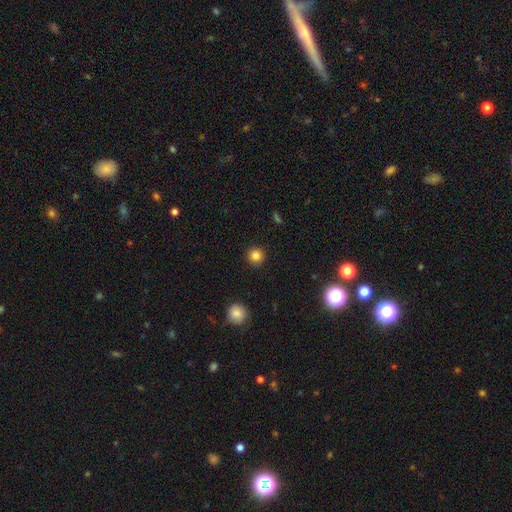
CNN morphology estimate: A smooth galaxy with no disk features (83%) that is round (95%).

Vote fractions:
- Smooth or featured? smooth: 83% / star or artifact: 12% / featured or disk: 4%
- How rounded? round: 95% / in between: 4% / cigar-shaped: 1%
- Merging? none: 92% / minor disturbance: 5% / major disturbance: 2% / merger: 1%